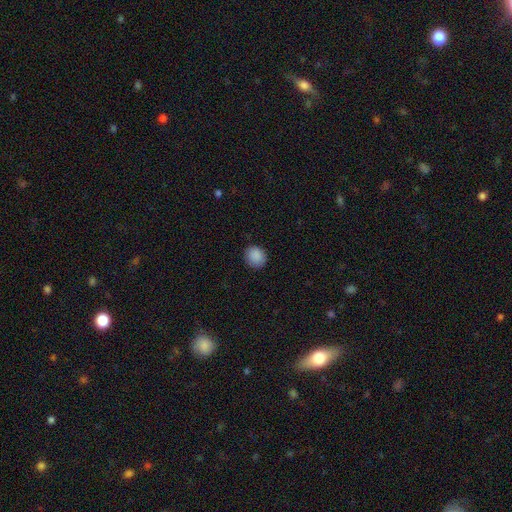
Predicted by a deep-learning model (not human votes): Morphology: type=smooth (88%); roundness=round (76%); merging=none (87%).